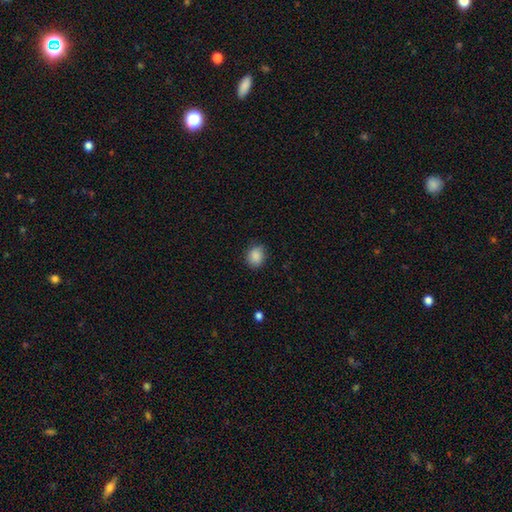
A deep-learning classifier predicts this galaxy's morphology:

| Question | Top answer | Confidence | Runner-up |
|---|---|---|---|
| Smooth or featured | smooth | 88% | star or artifact (8%) |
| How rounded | round | 56% | in between (43%) |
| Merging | none | 82% | minor disturbance (14%) |